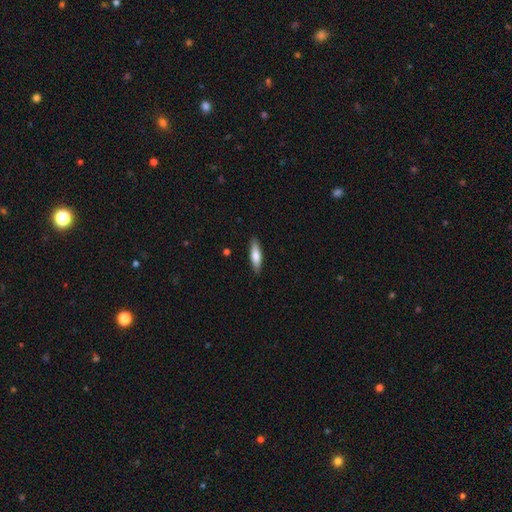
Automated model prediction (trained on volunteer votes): The model was most divided on "how rounded": cigar-shaped: 60%, in between: 39%, round: 2%. More confident: merging — none (88%); smooth or featured — smooth (75%).